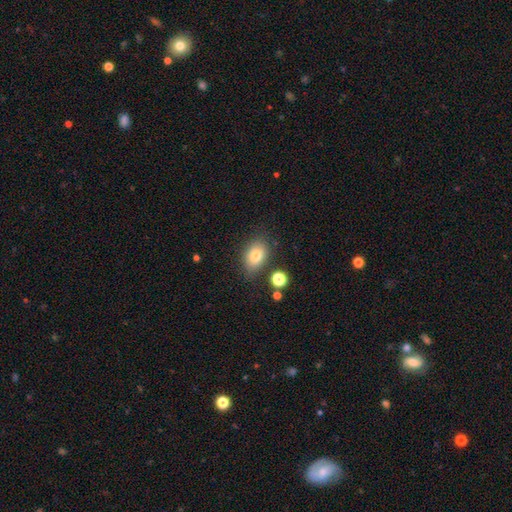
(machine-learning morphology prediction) Overall: smooth (78%). How rounded: in between (78%). Merging: none (77%).